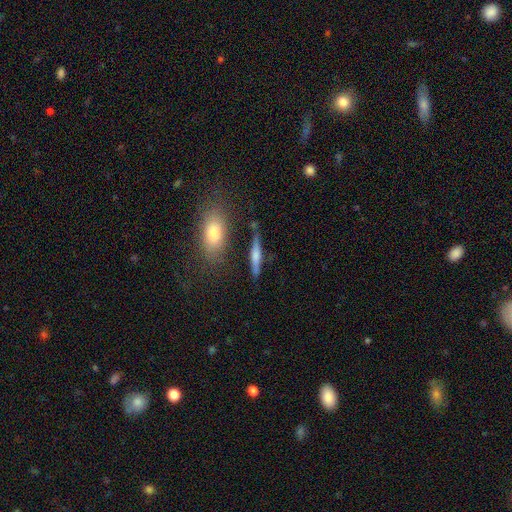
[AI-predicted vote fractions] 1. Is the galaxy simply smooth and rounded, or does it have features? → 50% smooth, 43% featured or disk, 8% star or artifact.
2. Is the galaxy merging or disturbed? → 77% none, 14% minor disturbance, 5% merger, 4% major disturbance.